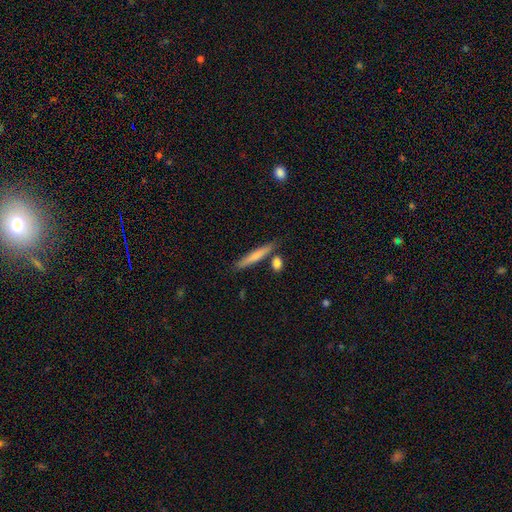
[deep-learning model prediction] Overall: smooth (70%). How rounded: cigar-shaped (90%). Merging: none (78%).